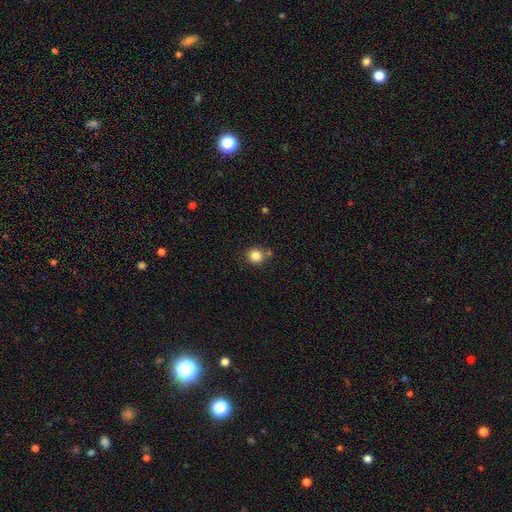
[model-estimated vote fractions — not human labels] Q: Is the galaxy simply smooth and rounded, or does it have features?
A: smooth — 84%.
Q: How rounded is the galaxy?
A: round — 91%.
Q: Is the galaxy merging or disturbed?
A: none — 78%.